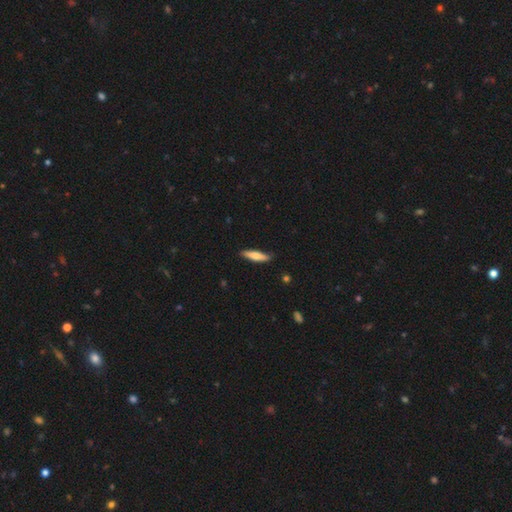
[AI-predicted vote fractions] The model was most divided on "smooth or featured": smooth: 68%, featured or disk: 27%, star or artifact: 5%. More confident: merging — none (85%); how rounded — cigar-shaped (78%).